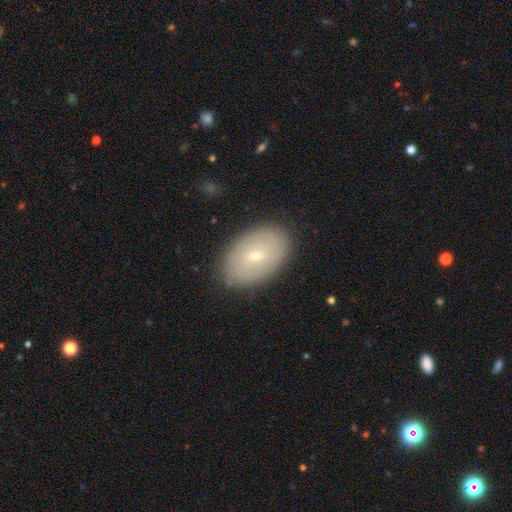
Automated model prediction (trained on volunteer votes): This is possibly a smooth galaxy (50%). Merging: clearly none (86%).